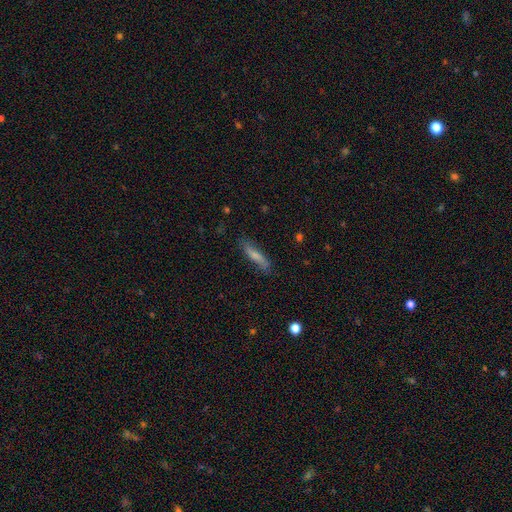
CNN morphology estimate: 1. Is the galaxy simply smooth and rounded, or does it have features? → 68% smooth, 25% featured or disk, 6% star or artifact.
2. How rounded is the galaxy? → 81% cigar-shaped, 17% in between, 2% round.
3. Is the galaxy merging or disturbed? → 79% none, 16% minor disturbance, 3% major disturbance, 2% merger.